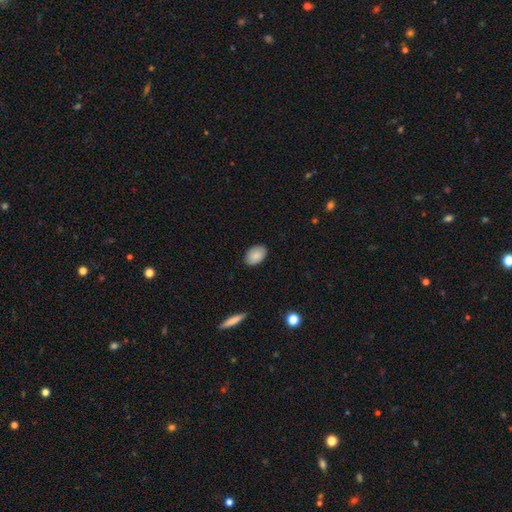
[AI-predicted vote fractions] This appears to be a smooth galaxy with no disk features (87%) that is in between round and cigar-shaped (88%). Merging: none (87%).